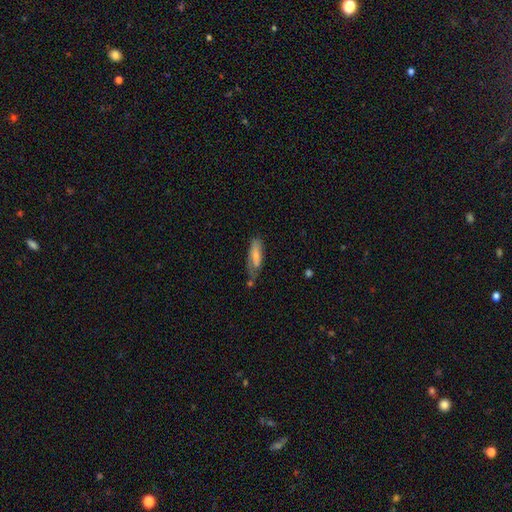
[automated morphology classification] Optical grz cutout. It shows a smooth galaxy with no disk features (60%) that is in between round and cigar-shaped (56%). Merging: none (44%).